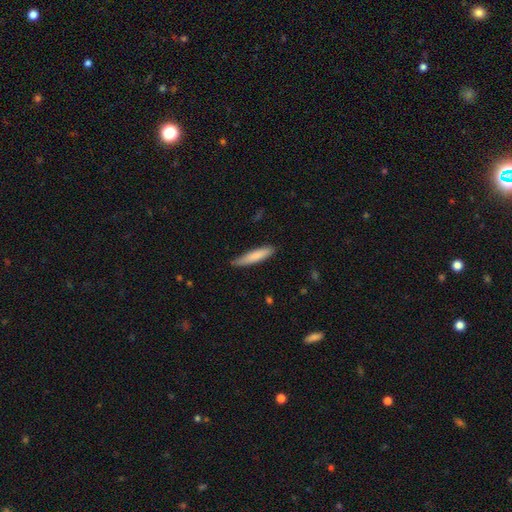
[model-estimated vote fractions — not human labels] A smooth galaxy with no disk features (81%) that is cigar-shaped (87%).

Vote fractions:
- Smooth or featured? smooth: 81% / featured or disk: 14% / star or artifact: 5%
- How rounded? cigar-shaped: 87% / in between: 12% / round: 1%
- Merging? none: 78% / minor disturbance: 18% / major disturbance: 2% / merger: 1%